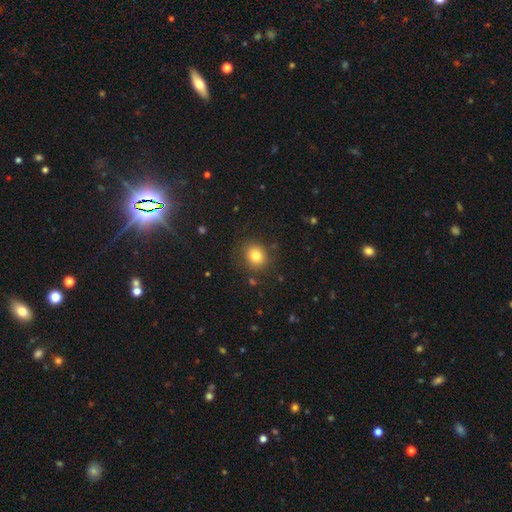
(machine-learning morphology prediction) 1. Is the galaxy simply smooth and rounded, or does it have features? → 80% smooth, 12% star or artifact, 8% featured or disk.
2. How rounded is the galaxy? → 80% round, 19% in between, 1% cigar-shaped.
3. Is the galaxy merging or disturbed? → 85% none, 10% minor disturbance, 4% major disturbance, 2% merger.